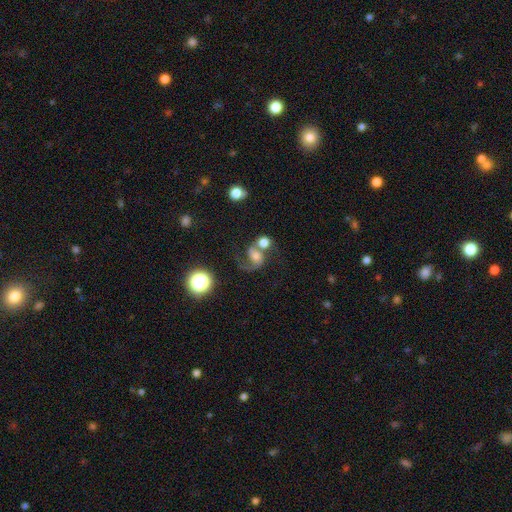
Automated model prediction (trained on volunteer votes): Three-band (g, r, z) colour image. It shows a featured or disk galaxy (63%) with no bar (61%), 2 (60%) loose (51%) spiral arms (89%) and a moderate central bulge (50%). Merging: merger (42%).